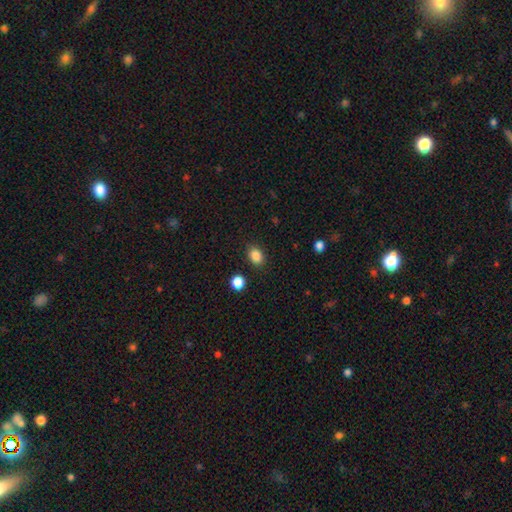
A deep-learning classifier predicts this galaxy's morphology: A smooth galaxy with no disk features (86%) that is in between round and cigar-shaped (67%).

Vote fractions:
- Smooth or featured? smooth: 86% / star or artifact: 10% / featured or disk: 4%
- How rounded? in between: 67% / round: 32% / cigar-shaped: 1%
- Merging? none: 85% / minor disturbance: 9% / major disturbance: 3% / merger: 3%